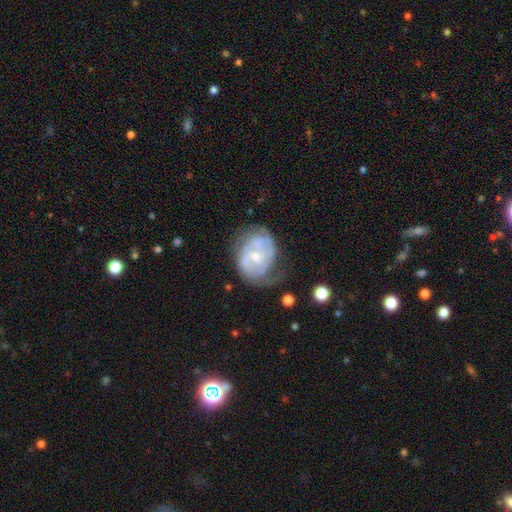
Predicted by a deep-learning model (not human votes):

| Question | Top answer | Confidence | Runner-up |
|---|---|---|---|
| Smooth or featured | featured or disk | 81% | smooth (14%) |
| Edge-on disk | no | 98% | yes (2%) |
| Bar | no | 63% | weak (31%) |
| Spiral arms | yes | 89% | no (11%) |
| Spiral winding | tight | 52% | medium (36%) |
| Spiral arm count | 2 | 55% | can't tell (25%) |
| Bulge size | small | 53% | moderate (43%) |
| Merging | none | 52% | minor disturbance (28%) |